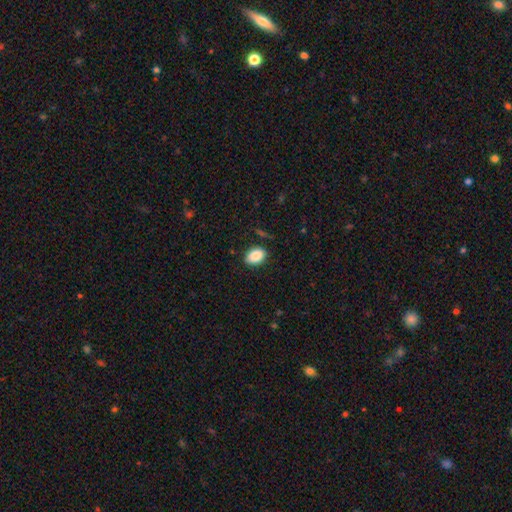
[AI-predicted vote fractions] Smooth or featured: smooth — 88% (star or artifact — 7%)
How rounded: in between — 85% (round — 14%)
Merging: none — 85% (minor disturbance — 11%)